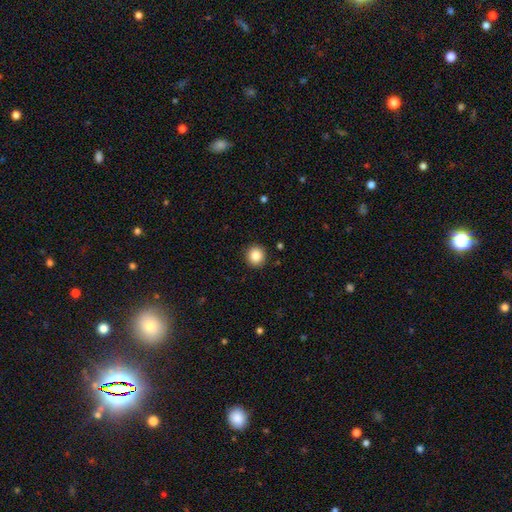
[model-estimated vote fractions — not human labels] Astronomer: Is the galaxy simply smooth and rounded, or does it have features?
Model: smooth — 86%.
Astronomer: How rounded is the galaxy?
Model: round — 93%.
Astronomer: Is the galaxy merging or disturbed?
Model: none — 92%.